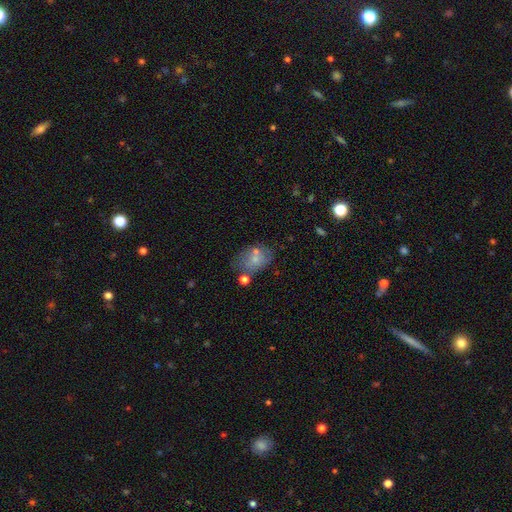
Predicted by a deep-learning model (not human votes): Q: Smooth or featured?
A: smooth (59%); runner-up: featured or disk (26%)
Q: How rounded?
A: in between (78%); runner-up: round (20%)
Q: Merging?
A: none (57%); runner-up: minor disturbance (21%)